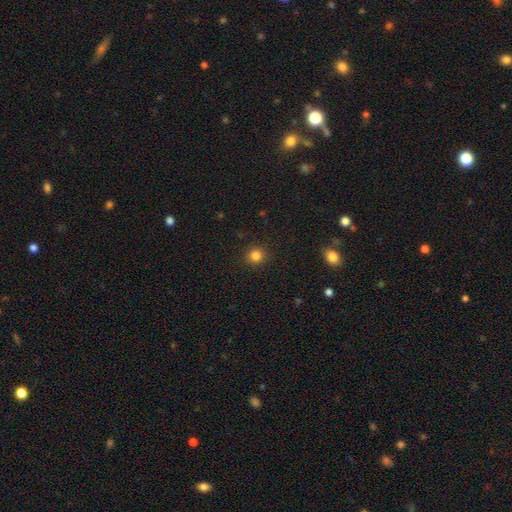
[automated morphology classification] A smooth galaxy with no disk features (83%) that is round (90%).

Vote fractions:
- Smooth or featured? smooth: 83% / star or artifact: 12% / featured or disk: 5%
- How rounded? round: 90% / in between: 9% / cigar-shaped: 1%
- Merging? none: 91% / minor disturbance: 6% / major disturbance: 2% / merger: 1%